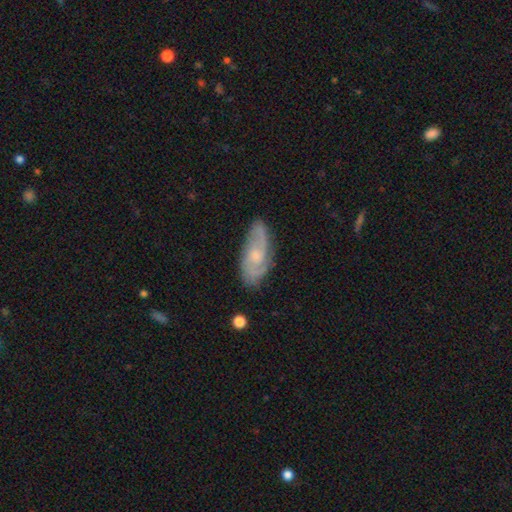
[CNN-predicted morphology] featured or disk 75%, smooth 19%, star or artifact 6%. Down the decision tree: edge-on disk — no (93%); bar — no (63%); spiral arms — yes (94%); spiral arm count — 2 (58%); spiral winding — medium (47%); bulge size — small (45%); merging — none (76%).